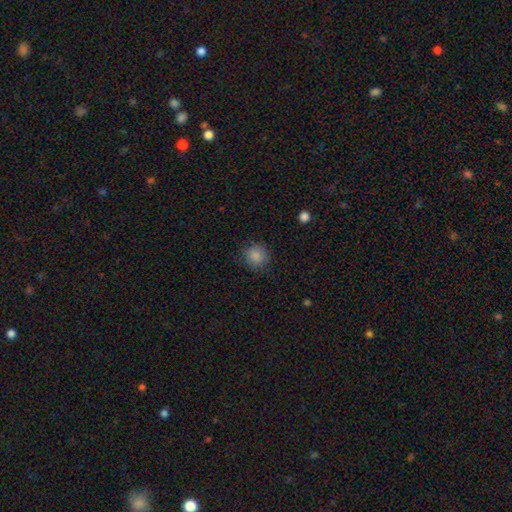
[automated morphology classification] A smooth galaxy with no disk features (86%) that is round (89%).

Vote fractions:
- Smooth or featured? smooth: 86% / star or artifact: 10% / featured or disk: 4%
- How rounded? round: 89% / in between: 10% / cigar-shaped: 1%
- Merging? none: 85% / minor disturbance: 11% / major disturbance: 3% / merger: 1%